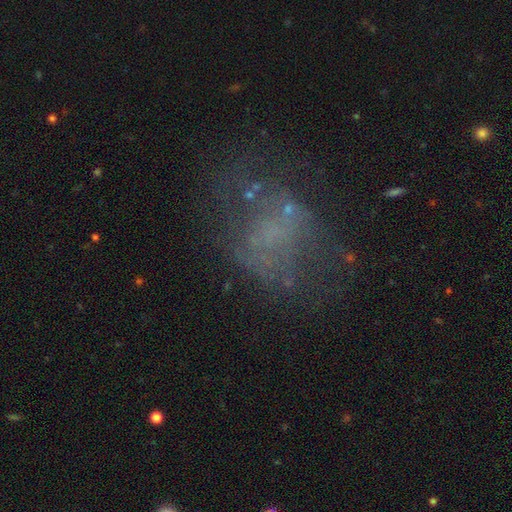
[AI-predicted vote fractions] featured or disk 48%, smooth 29%, star or artifact 23%. Down the decision tree: merging — none (50%).